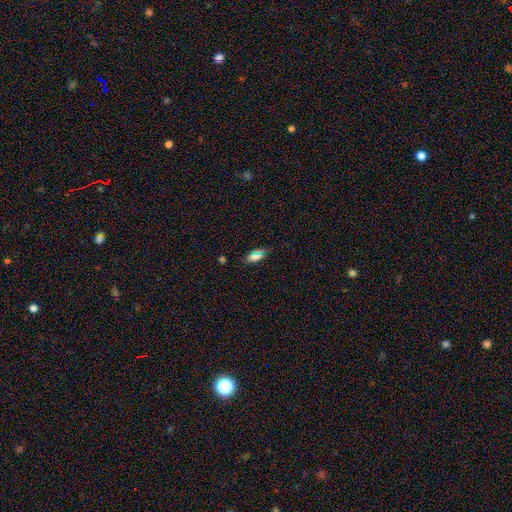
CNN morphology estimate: smooth_or_featured: smooth (p=0.68) [alt: star or artifact p=0.20]
how_rounded: in between (p=0.85) [alt: cigar-shaped p=0.10]
merging: none (p=0.84) [alt: minor disturbance p=0.12]